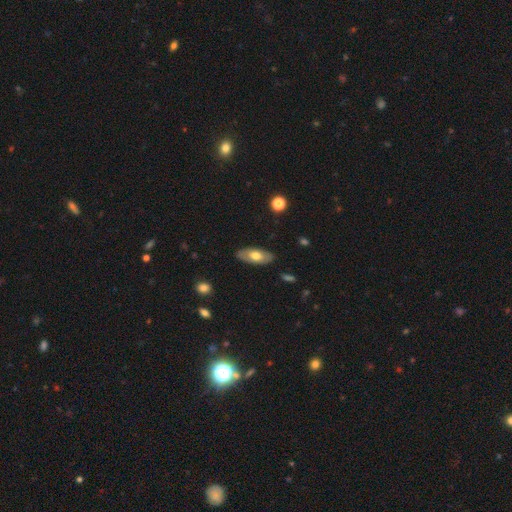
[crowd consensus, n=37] smooth-or-featured: smooth: 49% | featured or disk: 46% | star or artifact: 5%
  how-rounded: in between: 94% | cigar-shaped: 6% | round: 0%
  merging: none: 86% | minor disturbance: 11% | major disturbance: 3% | merger: 0%